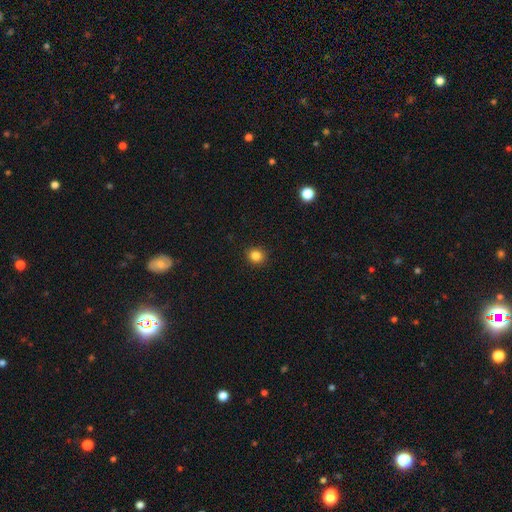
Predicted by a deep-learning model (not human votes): Overall: smooth (84%). How rounded: round (82%). Merging: none (91%).